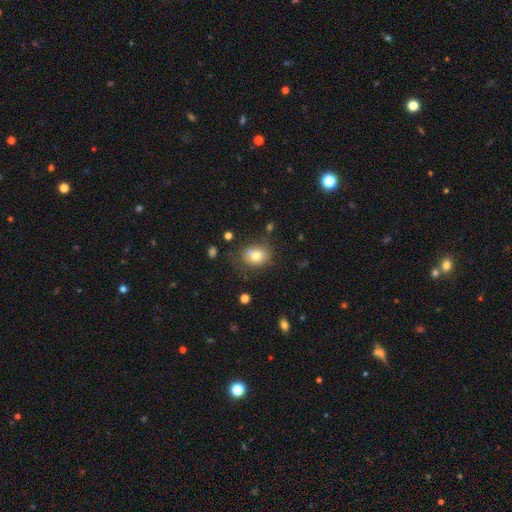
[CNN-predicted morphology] Smooth or featured? Predicted: smooth (p=0.76). How rounded? Predicted: round (p=0.53). Merging? Predicted: none (p=0.66).